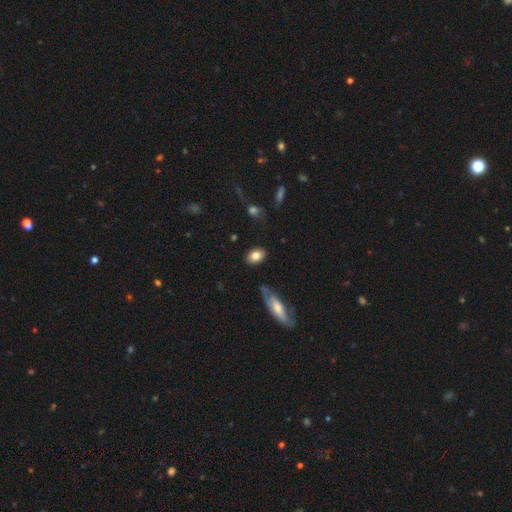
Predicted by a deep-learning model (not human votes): Smooth or featured? Predicted: smooth (p=0.83). How rounded? Predicted: in between (p=0.82). Merging? Predicted: none (p=0.82).